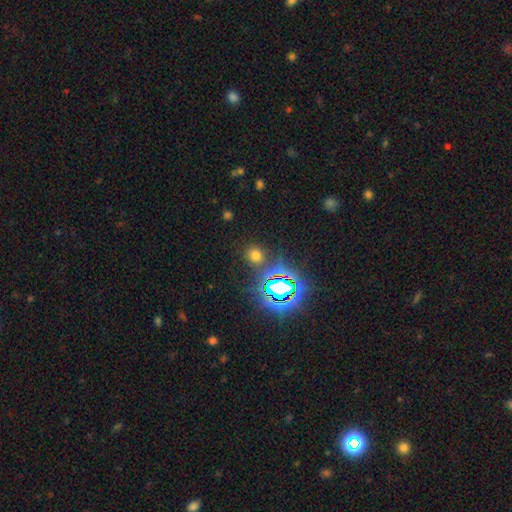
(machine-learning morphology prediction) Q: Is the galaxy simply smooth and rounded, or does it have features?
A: smooth — 59%.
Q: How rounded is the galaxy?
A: round — 78%.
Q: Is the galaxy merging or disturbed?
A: none — 83%.